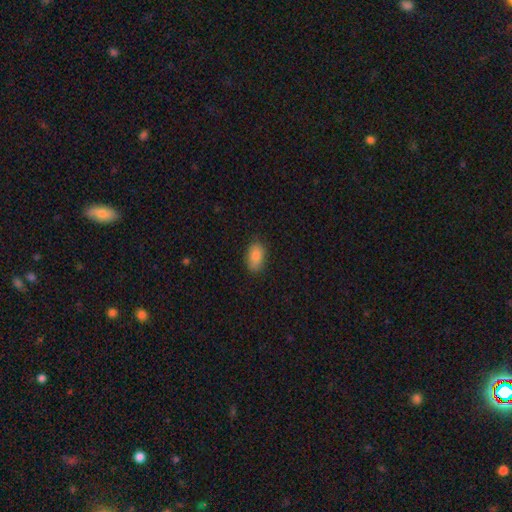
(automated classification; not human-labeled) A smooth galaxy with no disk features (85%) that is in between round and cigar-shaped (90%).

Vote fractions:
- Smooth or featured? smooth: 85% / star or artifact: 8% / featured or disk: 7%
- How rounded? in between: 90% / round: 7% / cigar-shaped: 3%
- Merging? none: 82% / minor disturbance: 14% / major disturbance: 3% / merger: 1%